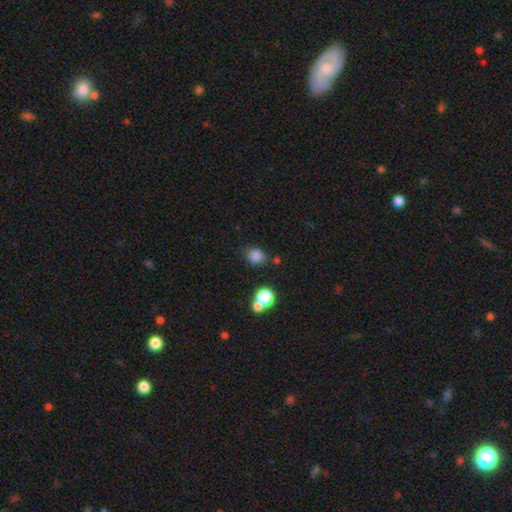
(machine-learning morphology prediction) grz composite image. It shows a smooth galaxy with no disk features (81%) that is round (70%). Merging: none (71%).